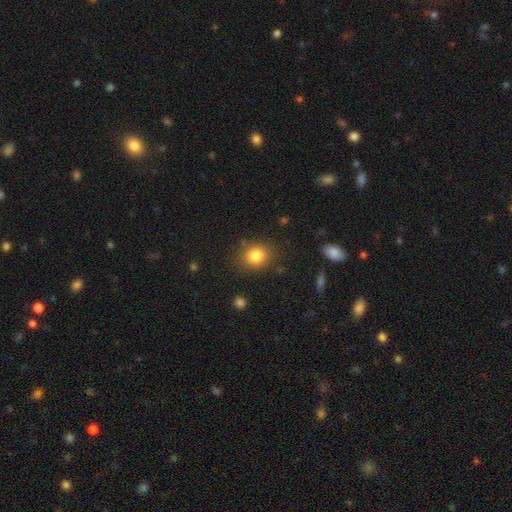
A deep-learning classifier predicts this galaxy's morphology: This is clearly a smooth galaxy (82%). How rounded: likely round (72%). Merging: clearly none (82%).